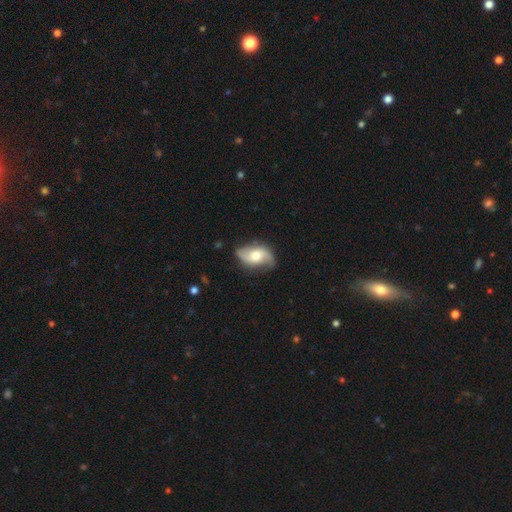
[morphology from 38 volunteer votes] Volunteers were most divided on "bar": no: 47%, weak: 40%, strong: 13%. More confident: edge-on disk — no (94%); spiral arms — yes (90%); spiral arm count — 2 (85%); smooth or featured — featured or disk (84%); bulge size — moderate (70%); merging — none (69%); spiral winding — loose (52%).